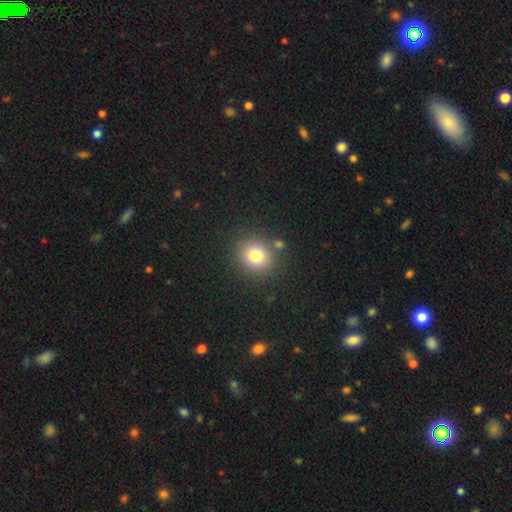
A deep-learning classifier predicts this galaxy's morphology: Q: Smooth or featured?
A: smooth (77%); runner-up: star or artifact (14%)
Q: How rounded?
A: round (85%); runner-up: in between (14%)
Q: Merging?
A: none (83%); runner-up: minor disturbance (8%)